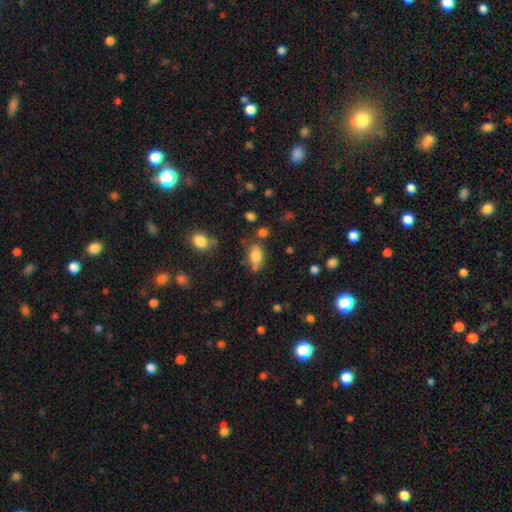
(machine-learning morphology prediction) This appears to be a smooth galaxy with no disk features (78%) that is in between round and cigar-shaped (86%). Merging: none (58%).